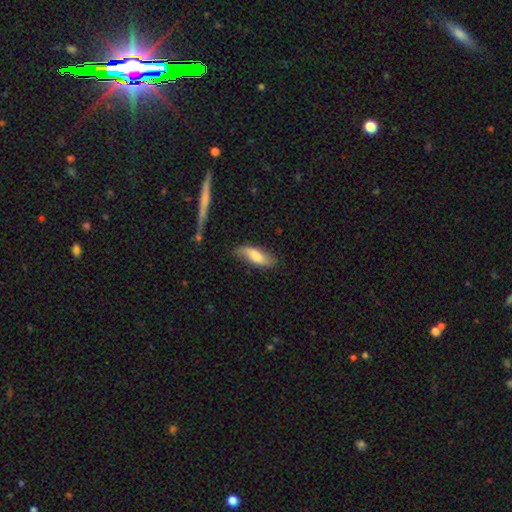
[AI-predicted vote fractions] smooth 65%, featured or disk 29%, star or artifact 6%. Down the decision tree: how rounded — in between (69%); merging — none (68%).